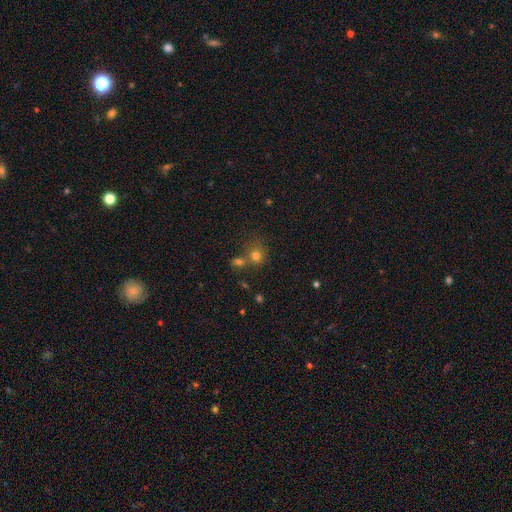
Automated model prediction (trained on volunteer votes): smooth 75%, star or artifact 15%, featured or disk 9%. Down the decision tree: how rounded — round (79%); merging — none (51%).